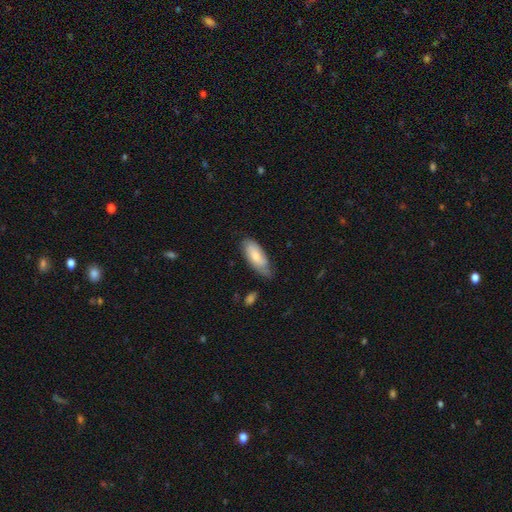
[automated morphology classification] Smooth or featured? Predicted: smooth (p=0.72). How rounded? Predicted: in between (p=0.79). Merging? Predicted: none (p=0.59).